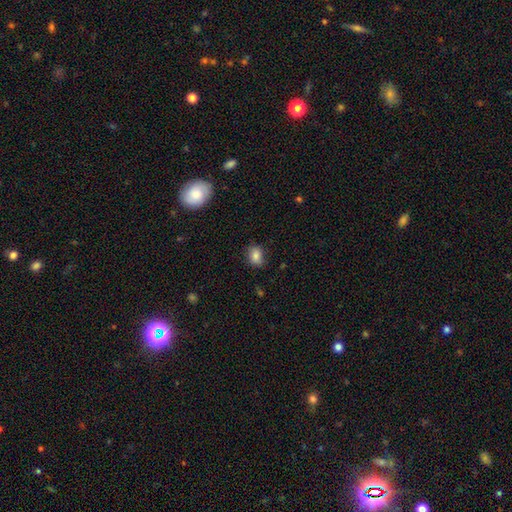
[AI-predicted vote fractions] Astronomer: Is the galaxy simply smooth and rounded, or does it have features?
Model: smooth — 83%.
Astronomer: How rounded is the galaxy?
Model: in between — 65%.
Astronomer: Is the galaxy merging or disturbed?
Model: none — 81%.